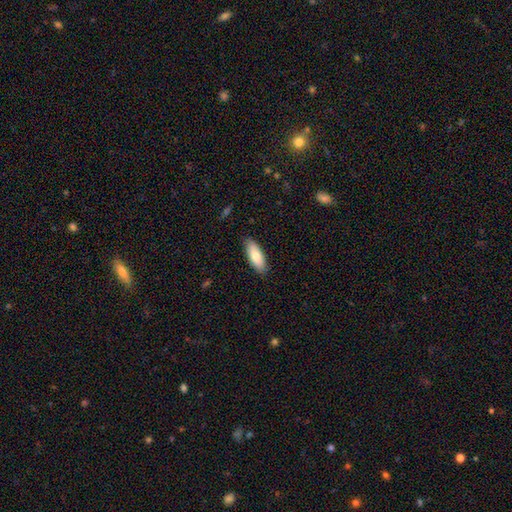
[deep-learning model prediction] Smooth or featured?
  - smooth: 78% *
  - featured or disk: 16%
  - star or artifact: 6%
How rounded?
  - in between: 75% *
  - cigar-shaped: 23%
  - round: 2%
Merging?
  - none: 87% *
  - minor disturbance: 11%
  - major disturbance: 2%
  - merger: 1%